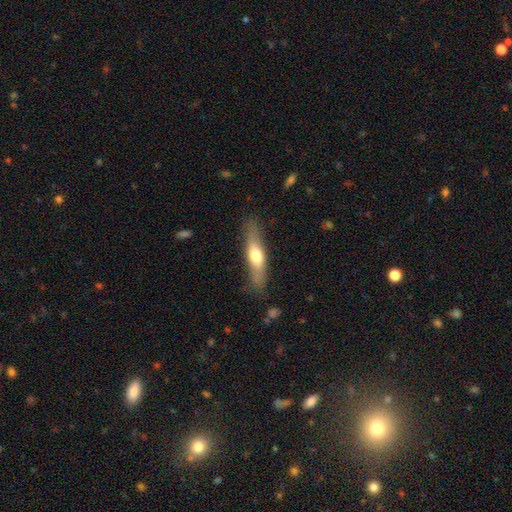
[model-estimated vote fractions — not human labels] Q: Smooth or featured?
A: smooth (55%); runner-up: featured or disk (39%)
Q: How rounded?
A: cigar-shaped (72%); runner-up: in between (26%)
Q: Merging?
A: none (80%); runner-up: minor disturbance (14%)